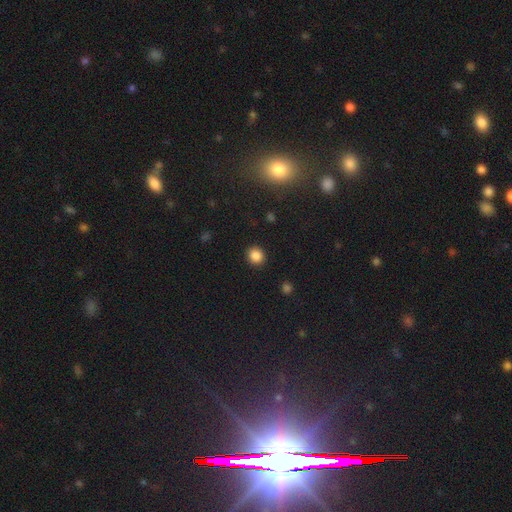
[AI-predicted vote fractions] Smooth or featured? smooth (86%)
How rounded? round (86%)
Merging? none (91%)